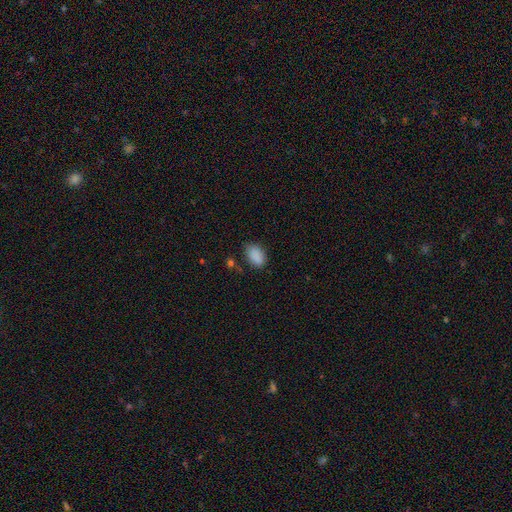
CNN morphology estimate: Smooth or featured?
  - smooth: 88% *
  - star or artifact: 9%
  - featured or disk: 3%
How rounded?
  - in between: 87% *
  - round: 12%
  - cigar-shaped: 1%
Merging?
  - none: 76% *
  - minor disturbance: 17%
  - major disturbance: 4%
  - merger: 3%